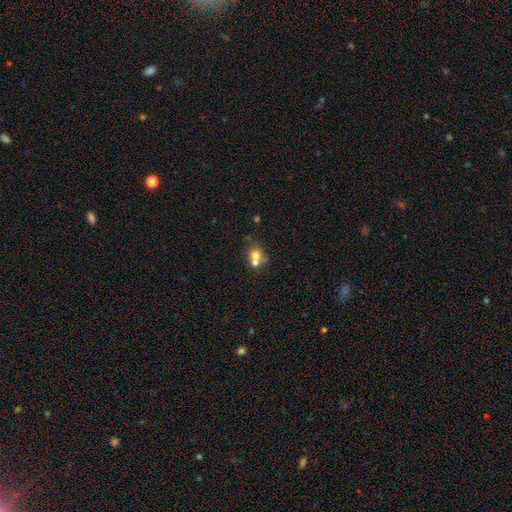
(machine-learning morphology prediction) A smooth galaxy with no disk features (69%) that is round (74%). Merging: merger (56%).